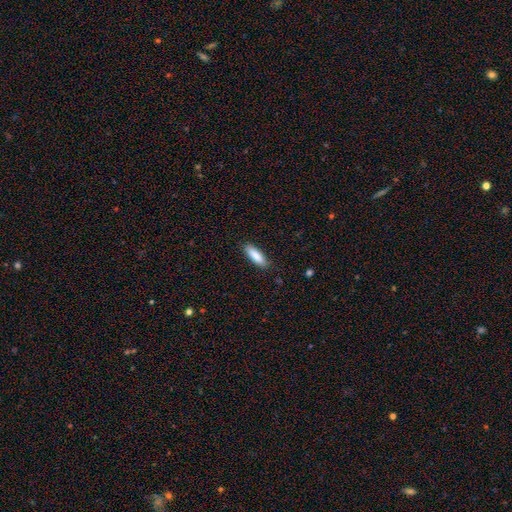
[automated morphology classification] Smooth or featured? smooth (85%)
How rounded? in between (51%)
Merging? none (85%)